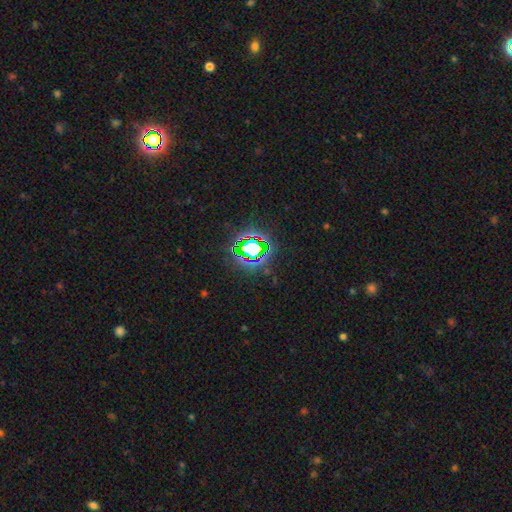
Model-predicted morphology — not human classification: star or artifact 78%, smooth 14%, featured or disk 8%.